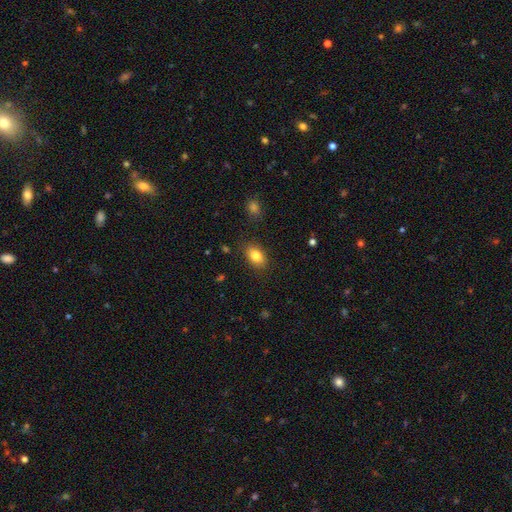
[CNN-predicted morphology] type=smooth (82%); roundness=in between (85%); merging=none (84%).